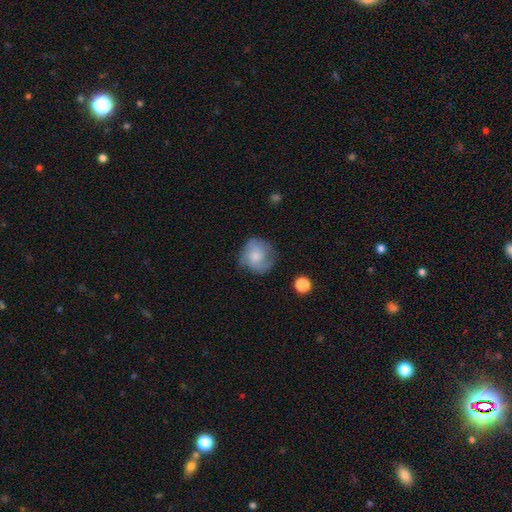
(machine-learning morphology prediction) Smooth or featured? smooth (52%)
How rounded? round (80%)
Merging? none (60%)